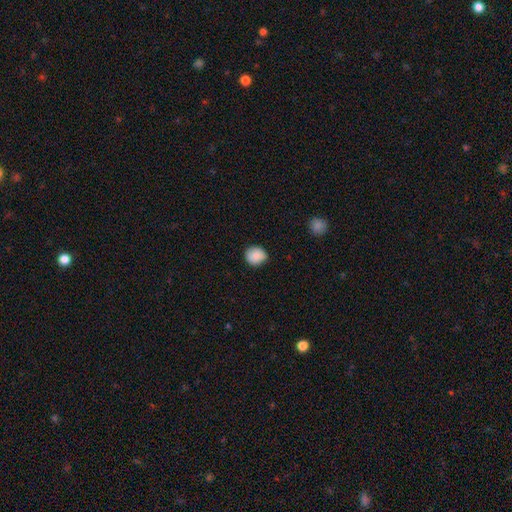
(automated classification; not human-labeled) smooth_or_featured: smooth (p=0.87) [alt: star or artifact p=0.08]
how_rounded: round (p=0.83) [alt: in between p=0.16]
merging: none (p=0.82) [alt: minor disturbance p=0.15]